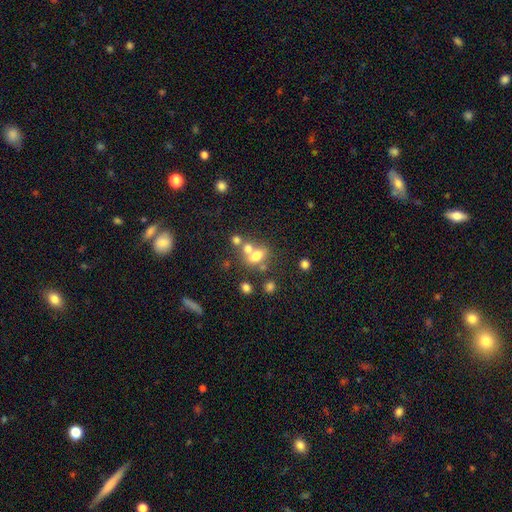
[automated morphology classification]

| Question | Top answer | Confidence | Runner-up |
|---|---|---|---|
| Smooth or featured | smooth | 62% | featured or disk (21%) |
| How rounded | in between | 61% | round (34%) |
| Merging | merger | 42% | none (40%) |